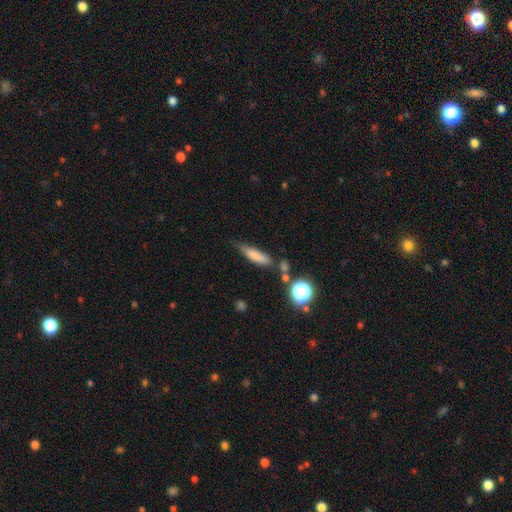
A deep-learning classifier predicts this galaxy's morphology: This is likely a smooth galaxy (74%). How rounded: likely cigar-shaped (66%). Merging: possibly none (56%).